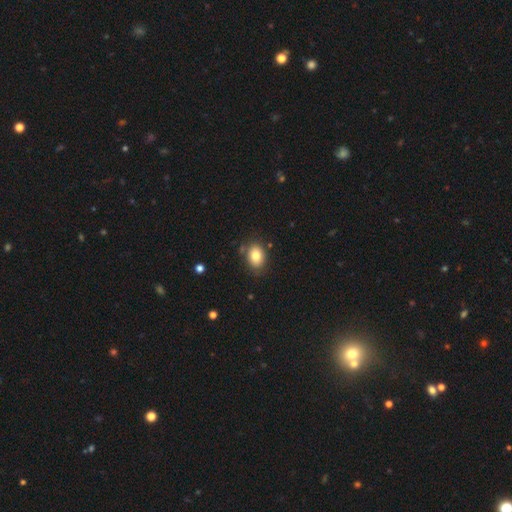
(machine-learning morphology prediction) Smooth or featured? smooth (82%)
How rounded? in between (72%)
Merging? none (80%)